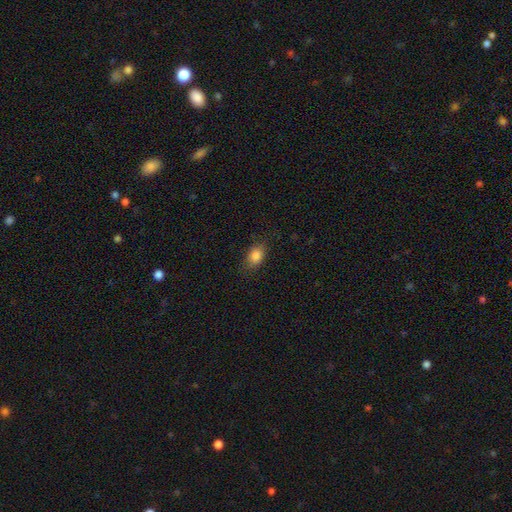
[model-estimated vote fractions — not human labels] smooth 85%, star or artifact 9%, featured or disk 6%. Down the decision tree: how rounded — in between (80%); merging — none (81%).